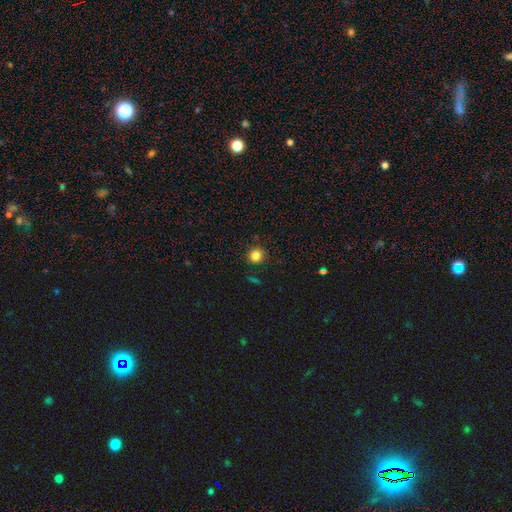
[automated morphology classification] A smooth galaxy with no disk features (82%) that is round (92%). Merging: none (89%).